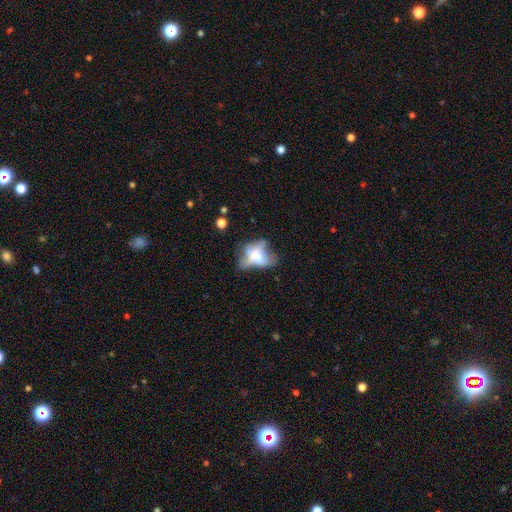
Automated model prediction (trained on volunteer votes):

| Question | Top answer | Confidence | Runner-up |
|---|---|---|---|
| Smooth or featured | smooth | 47% | featured or disk (42%) |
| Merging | major disturbance | 34% | none (28%) |